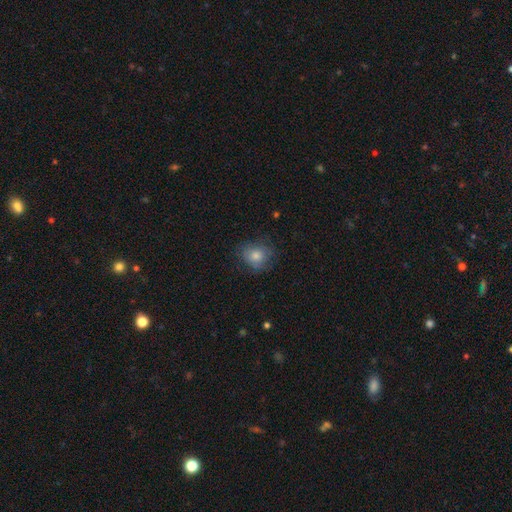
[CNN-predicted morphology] smooth_or_featured: smooth (p=0.72) [alt: featured or disk p=0.16]
how_rounded: round (p=0.72) [alt: in between p=0.27]
merging: none (p=0.73) [alt: minor disturbance p=0.19]